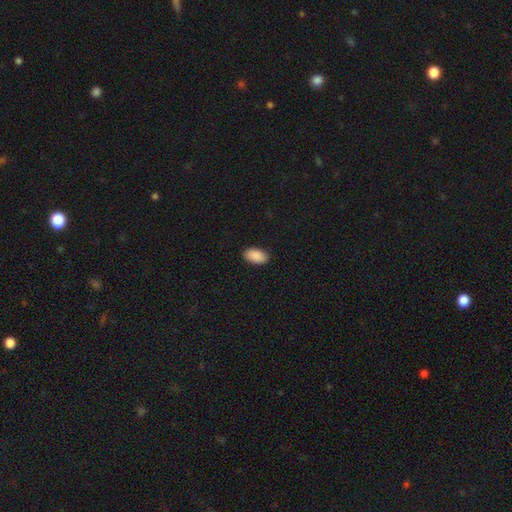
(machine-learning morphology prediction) A smooth galaxy with no disk features (91%) that is in between round and cigar-shaped (95%).

Vote fractions:
- Smooth or featured? smooth: 91% / star or artifact: 6% / featured or disk: 3%
- How rounded? in between: 95% / round: 3% / cigar-shaped: 2%
- Merging? none: 90% / minor disturbance: 8% / major disturbance: 2% / merger: 1%